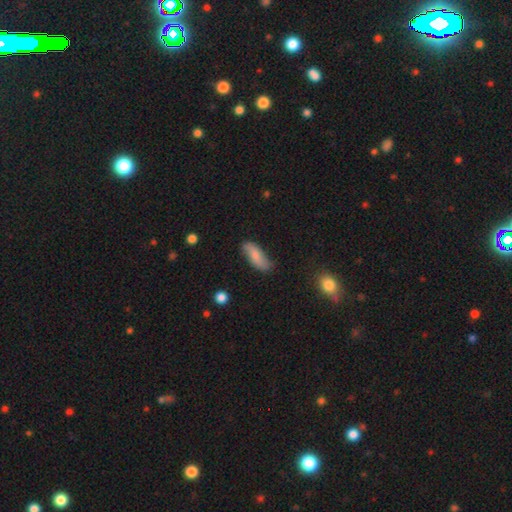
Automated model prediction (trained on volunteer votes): smooth 70%, featured or disk 24%, star or artifact 6%. Down the decision tree: how rounded — in between (70%); merging — none (72%).